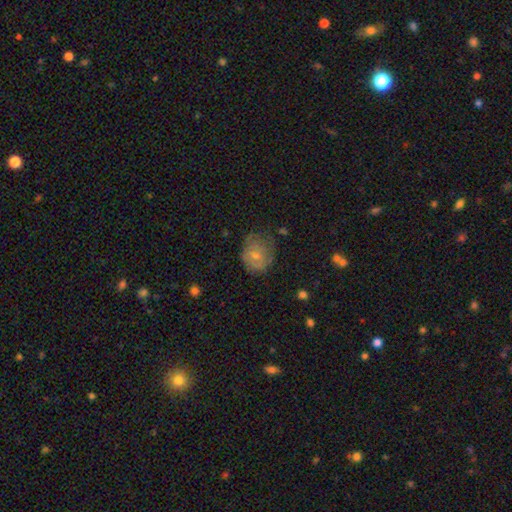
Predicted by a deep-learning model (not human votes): smooth-or-featured: smooth: 54% | featured or disk: 34% | star or artifact: 13%
  how-rounded: round: 63% | in between: 36% | cigar-shaped: 1%
  merging: none: 62% | minor disturbance: 27% | major disturbance: 10% | merger: 2%